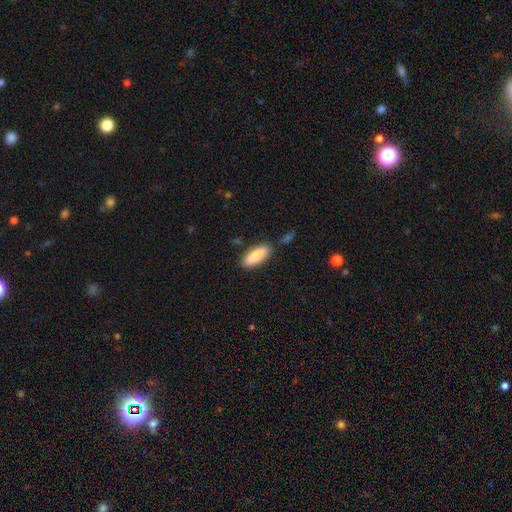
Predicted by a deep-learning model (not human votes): smooth-or-featured: smooth: 82% | featured or disk: 13% | star or artifact: 6%
  how-rounded: in between: 69% | cigar-shaped: 30% | round: 2%
  merging: none: 82% | minor disturbance: 11% | merger: 4% | major disturbance: 3%